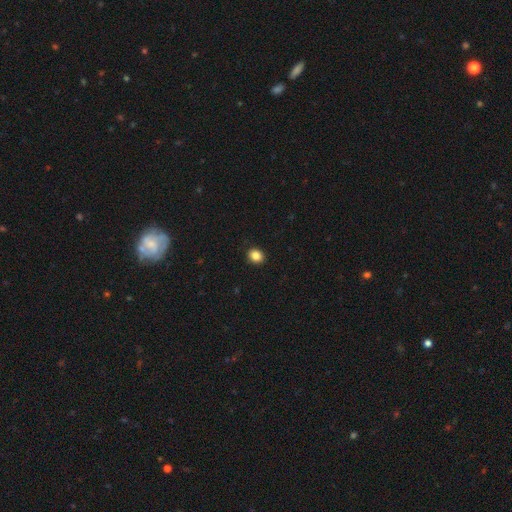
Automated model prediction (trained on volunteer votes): This appears to be a smooth galaxy with no disk features (86%) that is round (64%). Merging: none (91%).